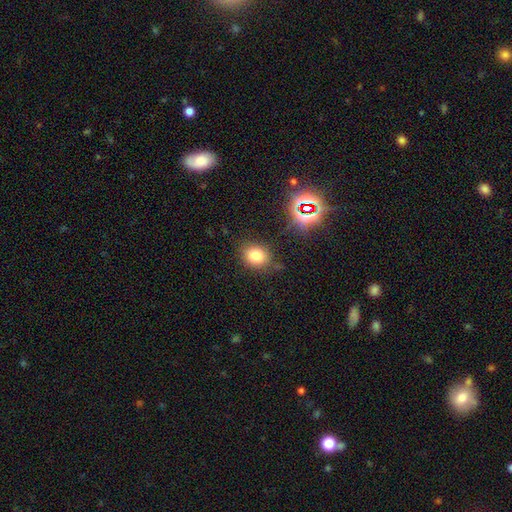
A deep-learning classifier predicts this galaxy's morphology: Smooth or featured? Predicted: smooth (p=0.76). How rounded? Predicted: round (p=0.60). Merging? Predicted: none (p=0.79).